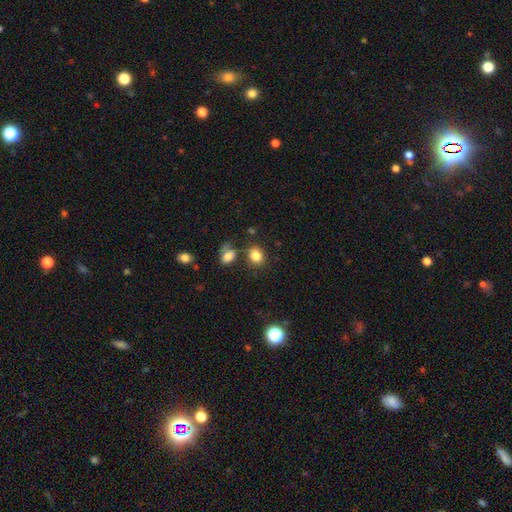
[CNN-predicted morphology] smooth_or_featured: smooth (p=0.82) [alt: star or artifact p=0.11]
how_rounded: in between (p=0.50) [alt: round p=0.49]
merging: none (p=0.74) [alt: minor disturbance p=0.12]